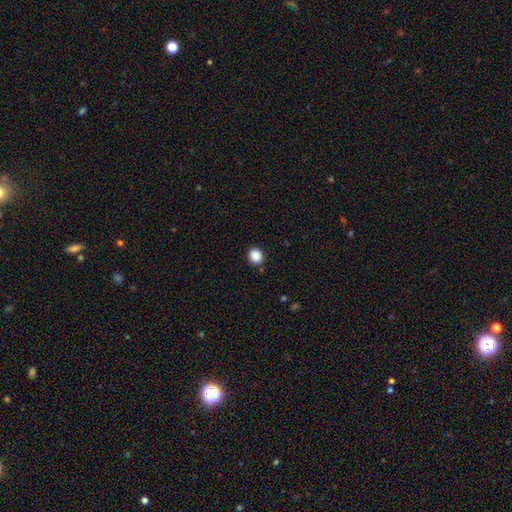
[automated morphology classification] A smooth galaxy with no disk features (88%) that is round (76%). Merging: none (86%).